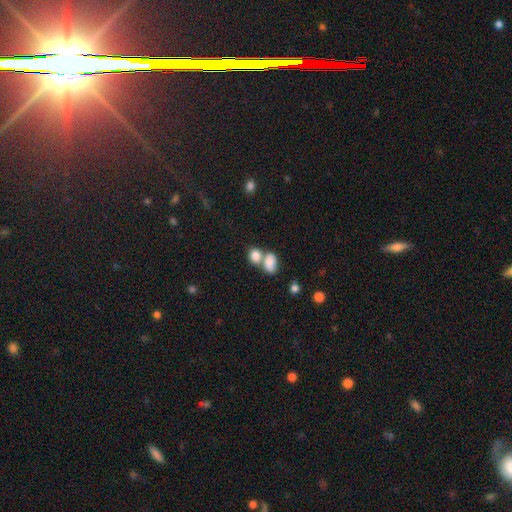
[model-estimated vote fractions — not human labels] Smooth or featured: smooth — 84% (star or artifact — 8%)
How rounded: in between — 69% (round — 30%)
Merging: merger — 61% (none — 28%)